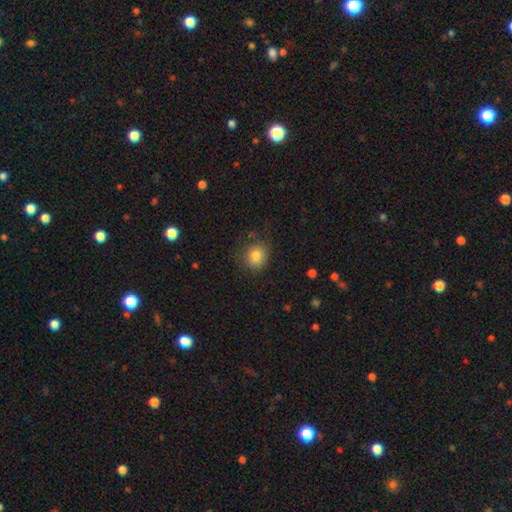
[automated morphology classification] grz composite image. It shows a smooth galaxy with no disk features (82%) that is round (78%). Merging: none (74%).